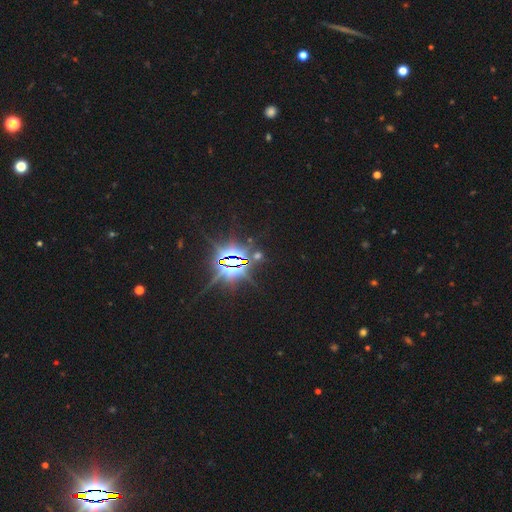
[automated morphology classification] Q: Smooth or featured?
A: star or artifact (86%); runner-up: featured or disk (8%)